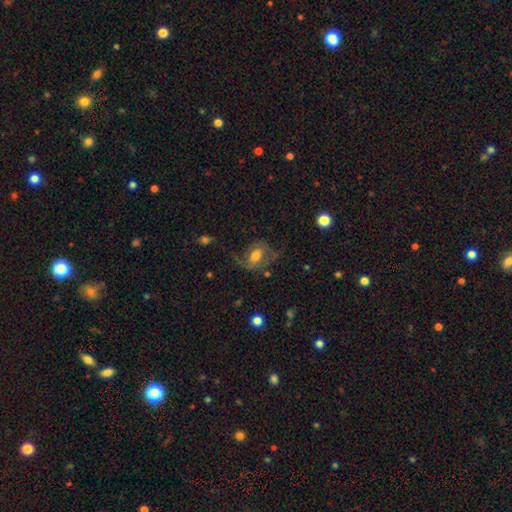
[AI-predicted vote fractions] Morphology: type=featured or disk (53%); edge-on=no (95%); bar=no (45%); spiral arms=yes (77%); bulge=moderate (54%); merging=none (50%).